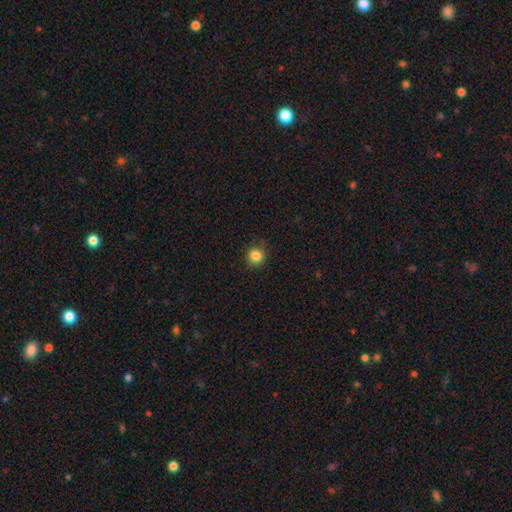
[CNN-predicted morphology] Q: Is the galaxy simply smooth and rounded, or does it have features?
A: smooth — 85%.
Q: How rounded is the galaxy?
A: round — 91%.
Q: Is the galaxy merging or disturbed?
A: none — 87%.